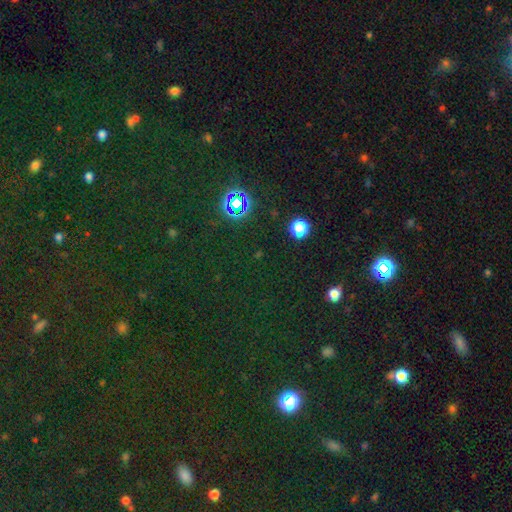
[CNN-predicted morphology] type=star or artifact (71%).